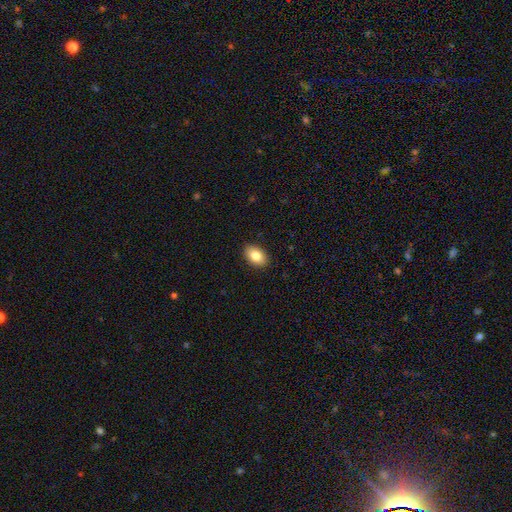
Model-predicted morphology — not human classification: A smooth galaxy with no disk features (84%) that is in between round and cigar-shaped (89%). Merging: none (90%).